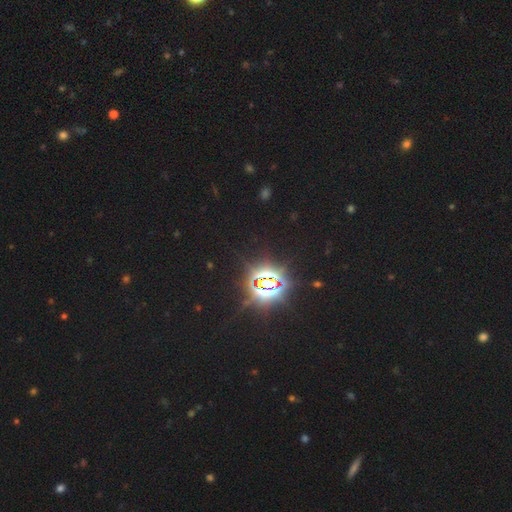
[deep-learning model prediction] Smooth or featured: star or artifact — 83% (smooth — 12%)